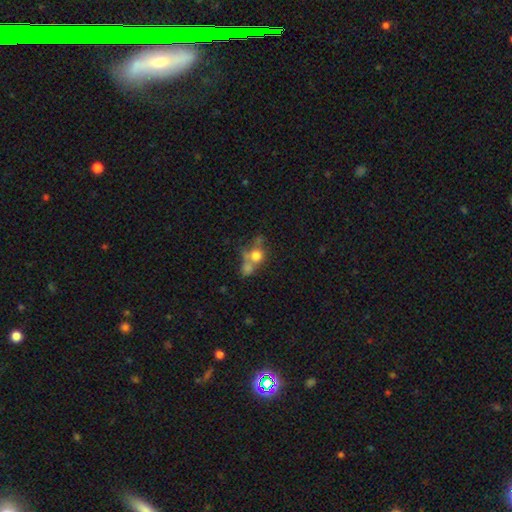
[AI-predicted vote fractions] smooth 67%, featured or disk 21%, star or artifact 12%. Down the decision tree: how rounded — round (71%); merging — merger (51%).